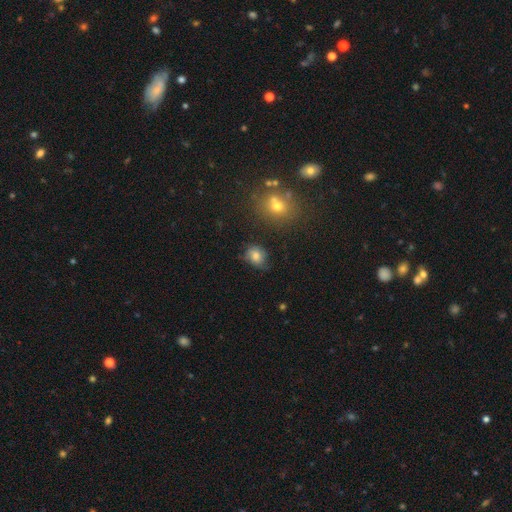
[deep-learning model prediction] Morphology: type=smooth (68%); roundness=round (53%); merging=none (62%).